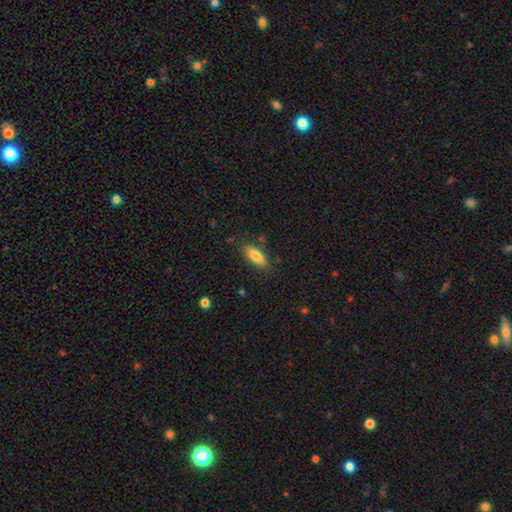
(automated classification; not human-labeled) Morphology: type=smooth (80%); roundness=in between (68%); merging=none (79%).